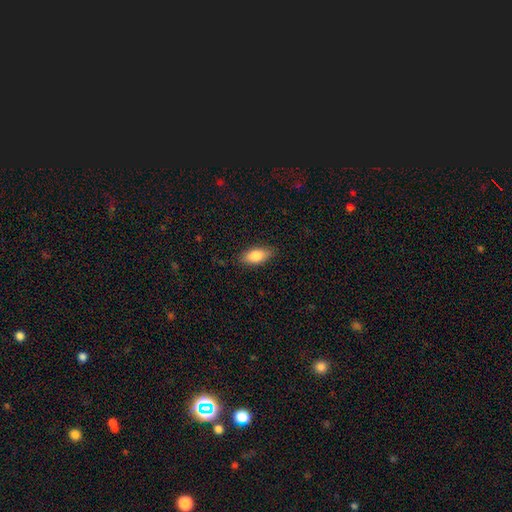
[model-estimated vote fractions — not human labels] A smooth galaxy with no disk features (82%) that is in between round and cigar-shaped (86%). Merging: none (85%).